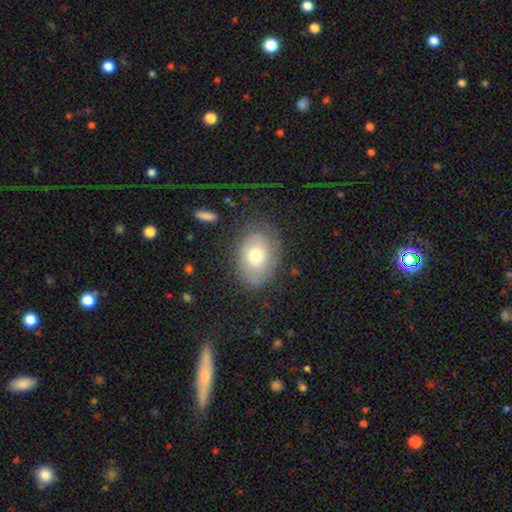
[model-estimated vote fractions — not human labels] smooth 47%, featured or disk 45%, star or artifact 8%. Down the decision tree: merging — none (73%).